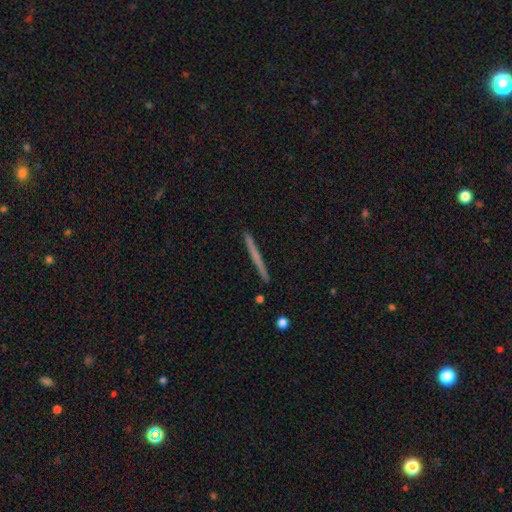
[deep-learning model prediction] Smooth or featured?
  - smooth: 49% *
  - featured or disk: 45%
  - star or artifact: 6%
Merging?
  - none: 92% *
  - minor disturbance: 6%
  - major disturbance: 1%
  - merger: 1%